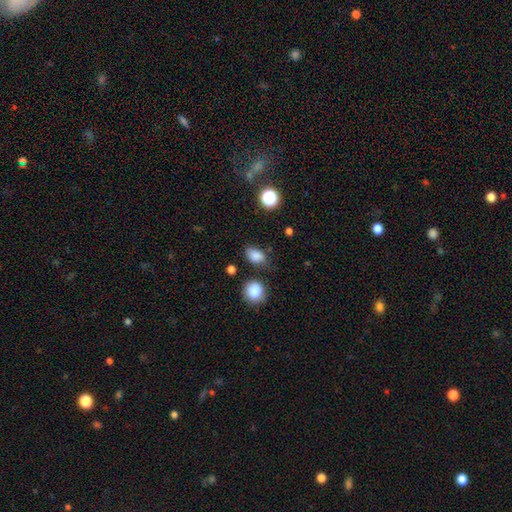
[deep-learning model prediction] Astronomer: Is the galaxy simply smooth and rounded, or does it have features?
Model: smooth — 85%.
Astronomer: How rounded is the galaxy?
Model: in between — 79%.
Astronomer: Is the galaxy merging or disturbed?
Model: none — 69%.